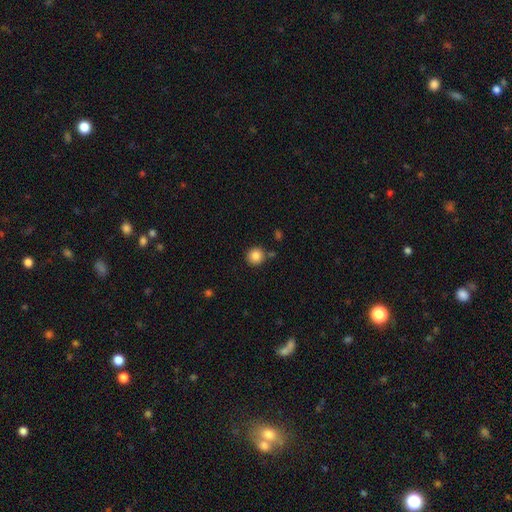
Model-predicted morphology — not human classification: Smooth or featured?
  - smooth: 85% *
  - star or artifact: 10%
  - featured or disk: 5%
How rounded?
  - round: 93% *
  - in between: 6%
  - cigar-shaped: 1%
Merging?
  - none: 84% *
  - minor disturbance: 8%
  - merger: 6%
  - major disturbance: 2%